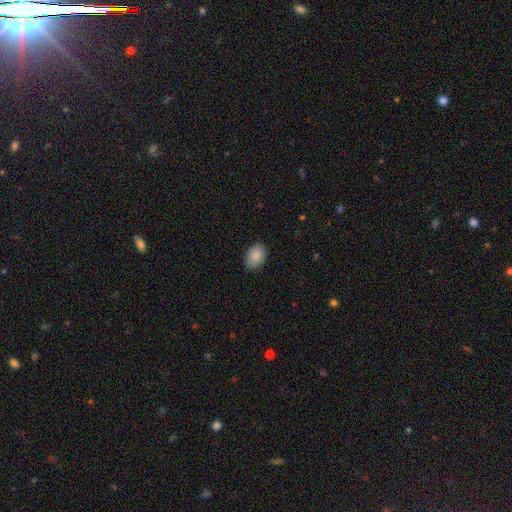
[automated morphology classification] smooth 87%, star or artifact 7%, featured or disk 6%. Down the decision tree: how rounded — in between (82%); merging — none (87%).